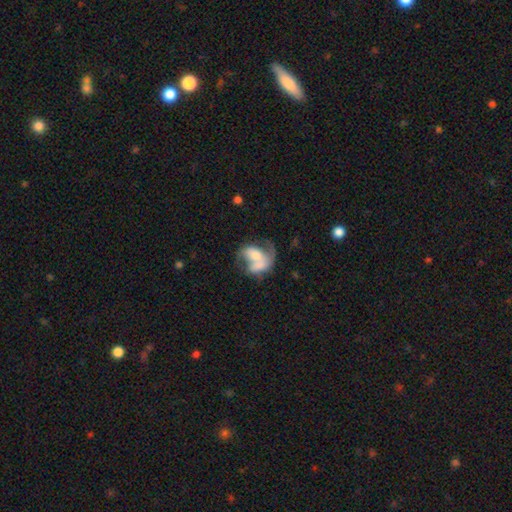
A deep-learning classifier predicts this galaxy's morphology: The model was most divided on "smooth or featured": featured or disk: 51%, smooth: 41%, star or artifact: 8%. More confident: edge-on disk — no (96%); merging — merger (50%).